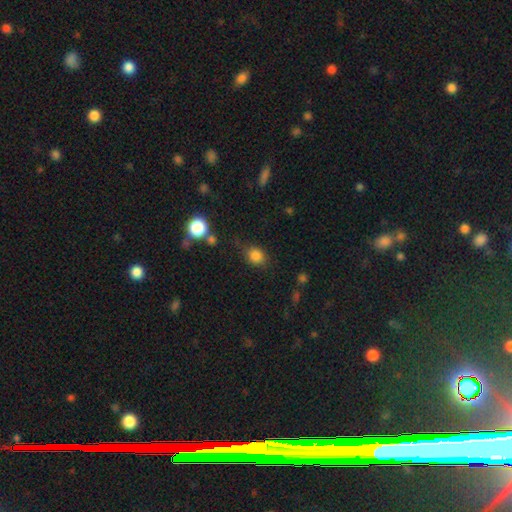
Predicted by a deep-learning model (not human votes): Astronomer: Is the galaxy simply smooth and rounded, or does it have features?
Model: smooth — 83%.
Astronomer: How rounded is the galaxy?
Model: round — 66%.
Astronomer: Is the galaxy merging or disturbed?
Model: none — 74%.